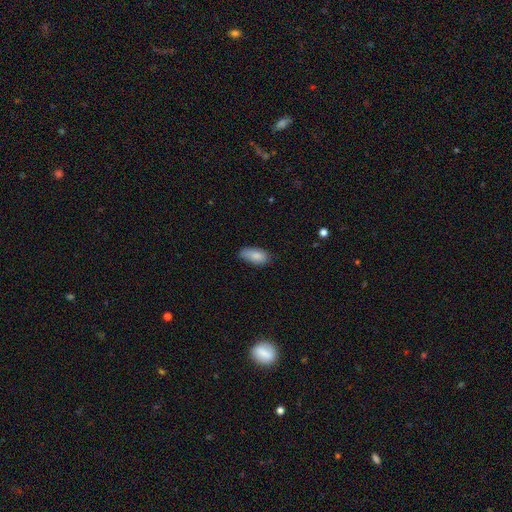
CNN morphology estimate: Overall: smooth (85%). How rounded: in between (90%). Merging: none (67%; minor disturbance 27%).